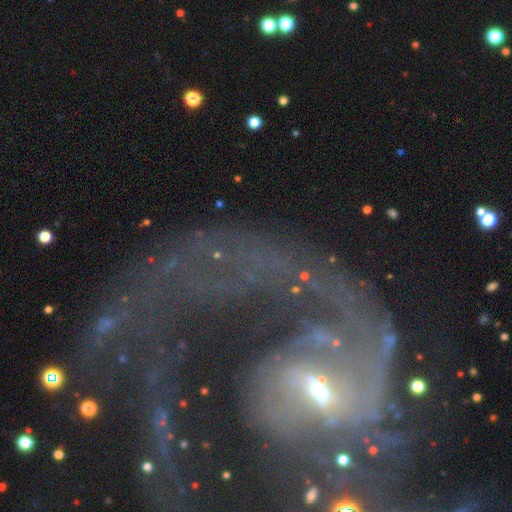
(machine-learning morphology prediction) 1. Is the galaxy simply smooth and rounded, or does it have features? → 78% featured or disk, 12% star or artifact, 10% smooth.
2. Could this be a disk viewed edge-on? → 95% no, 5% yes.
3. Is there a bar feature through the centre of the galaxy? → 42% weak, 30% no, 28% strong.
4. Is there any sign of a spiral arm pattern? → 81% yes, 19% no.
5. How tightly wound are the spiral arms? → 44% loose, 34% medium, 22% tight.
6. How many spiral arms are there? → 55% 2, 14% can't tell, 13% 1, 7% 3, 6% 4, 6% more than 4.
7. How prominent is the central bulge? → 46% small, 43% moderate, 5% large, 3% none, 2% dominant.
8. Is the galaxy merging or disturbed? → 38% major disturbance, 35% none, 14% minor disturbance, 13% merger.